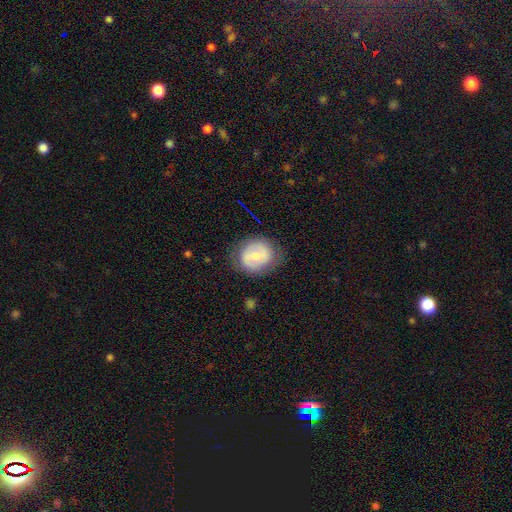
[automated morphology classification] type=smooth (49%); merging=none (71%).